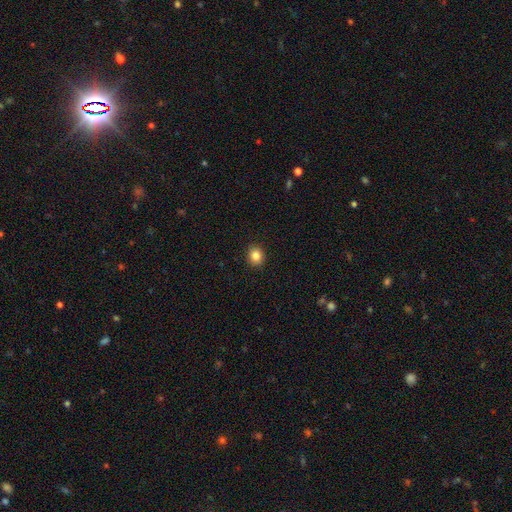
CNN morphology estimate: Q: Smooth or featured?
A: smooth (85%); runner-up: star or artifact (10%)
Q: How rounded?
A: round (74%); runner-up: in between (25%)
Q: Merging?
A: none (91%); runner-up: minor disturbance (6%)